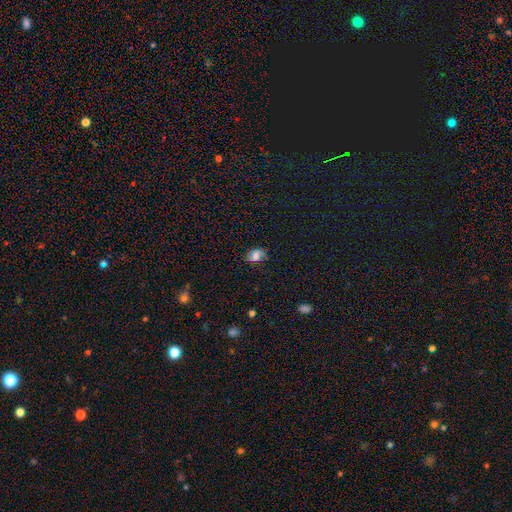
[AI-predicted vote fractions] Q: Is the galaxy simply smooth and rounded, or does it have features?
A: smooth — 64%.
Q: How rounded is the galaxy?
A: in between — 77%.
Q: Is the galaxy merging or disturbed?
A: none — 76%.